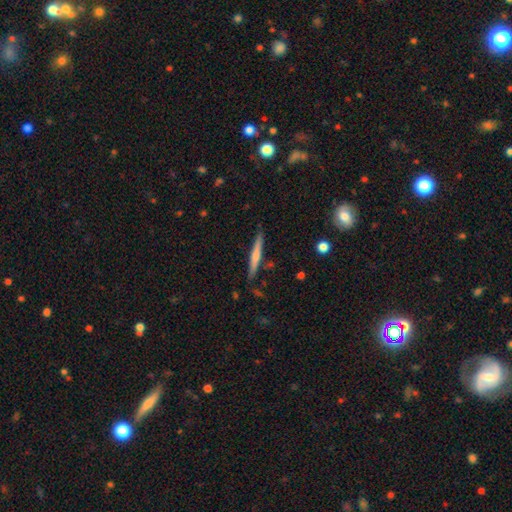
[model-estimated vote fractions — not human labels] Smooth or featured: smooth — 47% (tied with featured or disk — 47%)
Merging: none — 86% (minor disturbance — 10%)